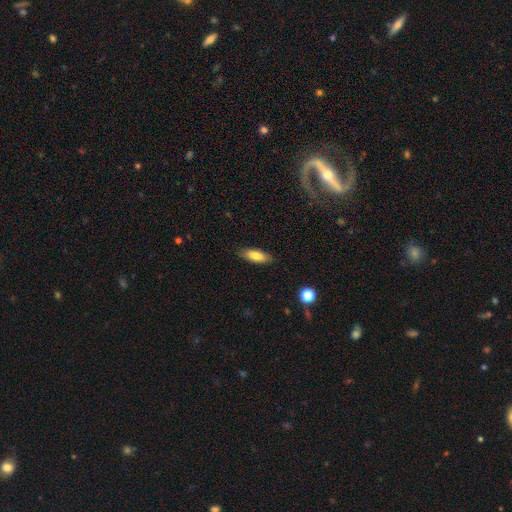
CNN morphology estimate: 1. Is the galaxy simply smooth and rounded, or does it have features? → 80% smooth, 13% featured or disk, 7% star or artifact.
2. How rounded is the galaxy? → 65% in between, 32% cigar-shaped, 2% round.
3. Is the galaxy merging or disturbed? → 85% none, 12% minor disturbance, 2% major disturbance, 1% merger.